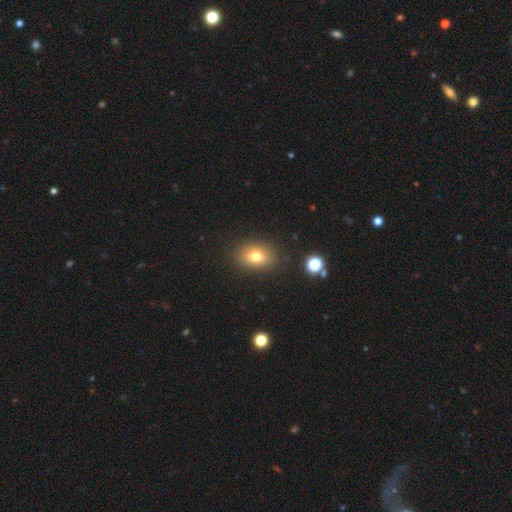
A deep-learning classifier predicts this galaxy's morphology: The model was most divided on "how rounded": in between: 70%, round: 28%, cigar-shaped: 1%. More confident: merging — none (87%); smooth or featured — smooth (75%).